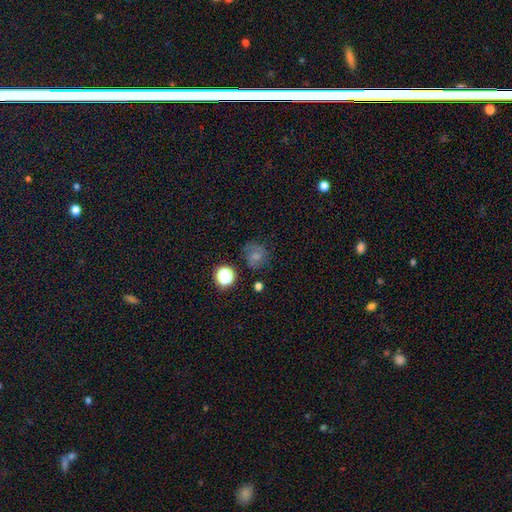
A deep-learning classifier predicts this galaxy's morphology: type=smooth (58%); roundness=round (74%); merging=none (62%).